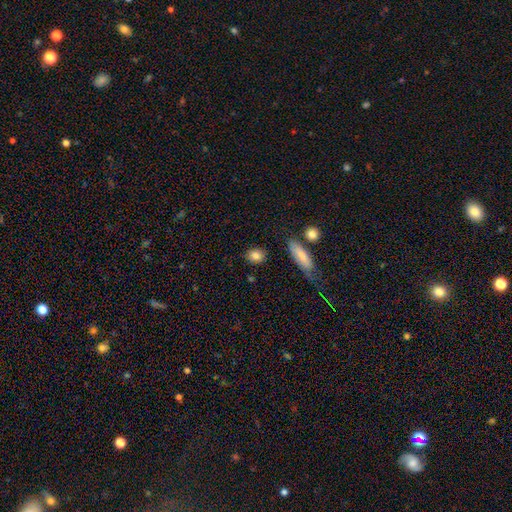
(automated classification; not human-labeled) A smooth galaxy with no disk features (83%) that is round (52%).

Vote fractions:
- Smooth or featured? smooth: 83% / featured or disk: 9% / star or artifact: 8%
- How rounded? round: 52% / in between: 43% / cigar-shaped: 4%
- Merging? none: 82% / minor disturbance: 12% / merger: 4% / major disturbance: 3%